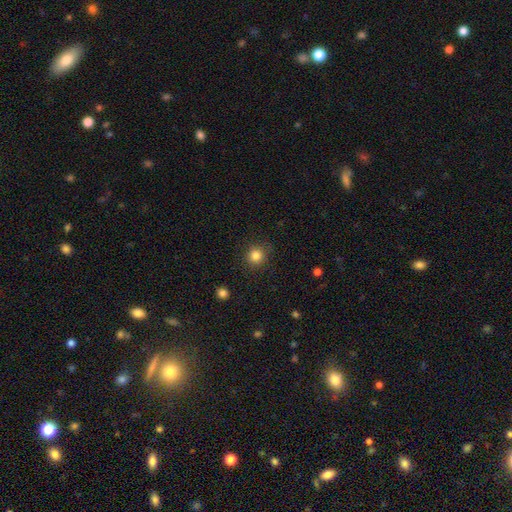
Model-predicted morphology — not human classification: Smooth or featured? smooth (83%)
How rounded? round (91%)
Merging? none (89%)